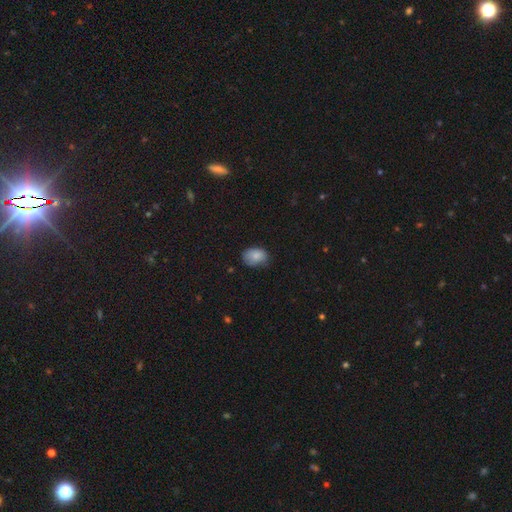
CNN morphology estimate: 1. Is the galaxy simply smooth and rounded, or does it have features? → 84% smooth, 8% star or artifact, 7% featured or disk.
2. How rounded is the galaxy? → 78% in between, 21% round, 1% cigar-shaped.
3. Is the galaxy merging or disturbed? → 65% none, 28% minor disturbance, 5% major disturbance, 1% merger.